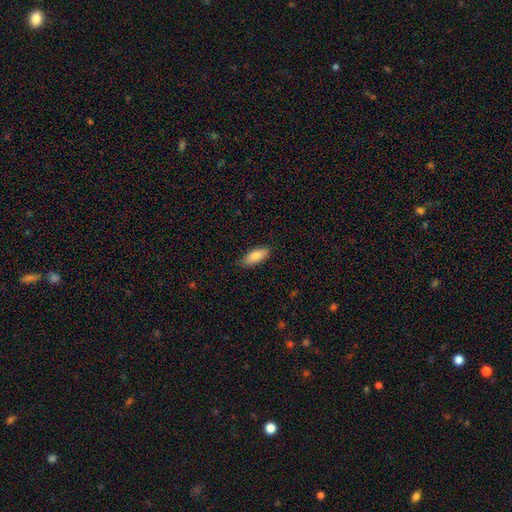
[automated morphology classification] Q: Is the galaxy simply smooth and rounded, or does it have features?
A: smooth — 83%.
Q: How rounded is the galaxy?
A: in between — 79%.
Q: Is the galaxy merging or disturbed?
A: none — 83%.